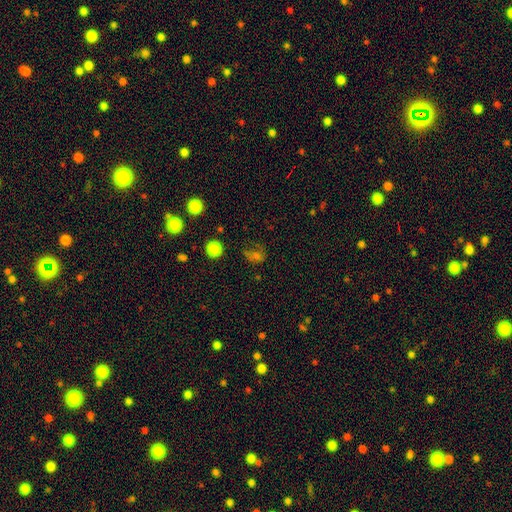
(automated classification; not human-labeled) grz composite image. It shows a smooth galaxy with no disk features (51%) that is round (58%). Merging: none (49%).